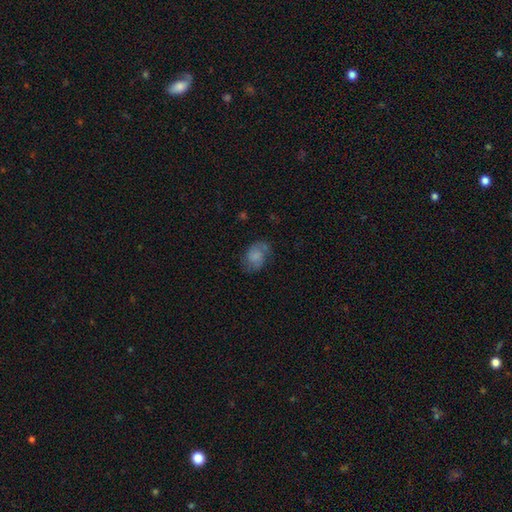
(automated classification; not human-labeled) Smooth or featured? smooth (57%)
How rounded? in between (71%)
Merging? none (58%)